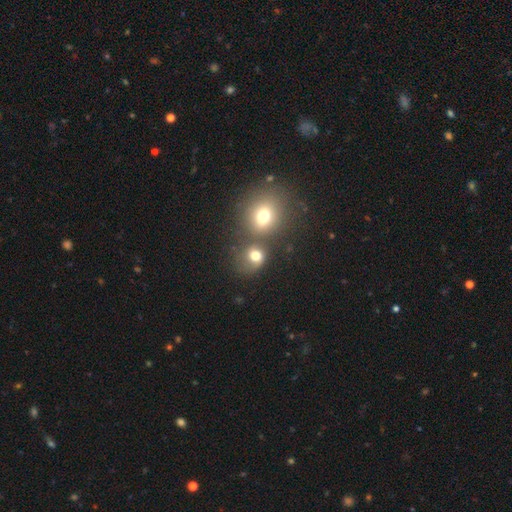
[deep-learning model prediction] This appears to be a smooth galaxy with no disk features (71%) that is round (74%). Merging: none (44%).